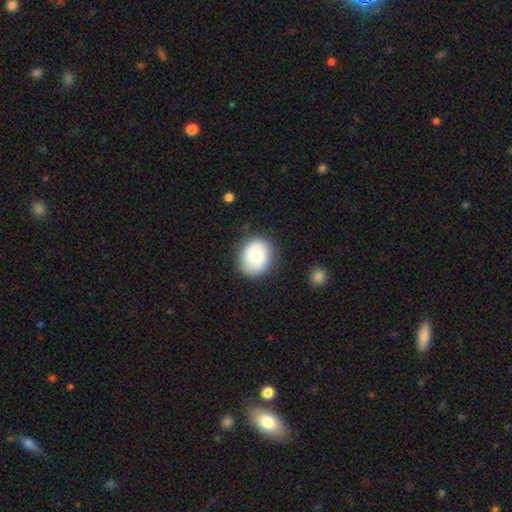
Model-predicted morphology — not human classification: smooth_or_featured: smooth (p=0.63) [alt: featured or disk p=0.29]
how_rounded: round (p=0.64) [alt: in between p=0.35]
merging: none (p=0.82) [alt: minor disturbance p=0.13]